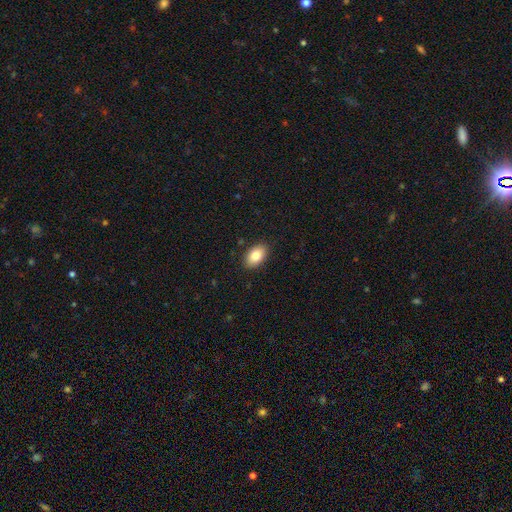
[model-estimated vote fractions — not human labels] A smooth galaxy with no disk features (82%) that is in between round and cigar-shaped (91%).

Vote fractions:
- Smooth or featured? smooth: 82% / featured or disk: 10% / star or artifact: 8%
- How rounded? in between: 91% / round: 8% / cigar-shaped: 1%
- Merging? none: 88% / minor disturbance: 9% / major disturbance: 2% / merger: 1%